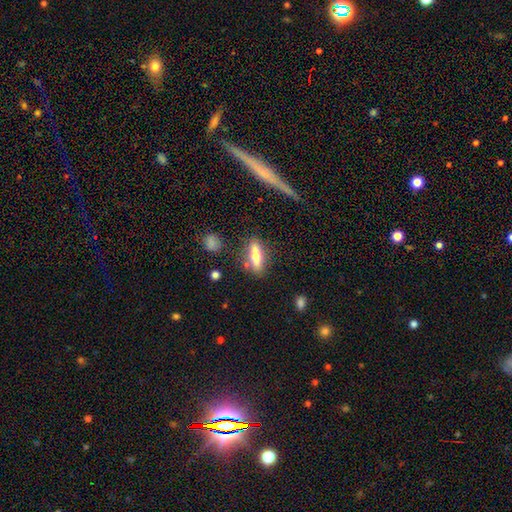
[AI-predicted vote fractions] Morphology: type=smooth (58%); roundness=cigar-shaped (60%); merging=none (80%).